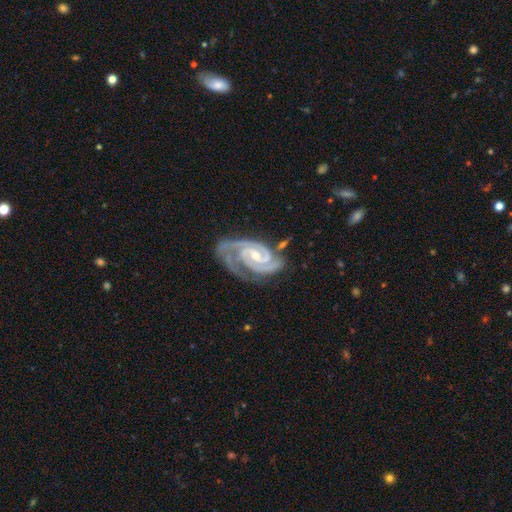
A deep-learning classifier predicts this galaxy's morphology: This appears to be a featured or disk galaxy (93%) with a weak bar (42%), 2 (73%) tight (67%) spiral arms (99%) and a small central bulge (53%). Merging: none (64%).